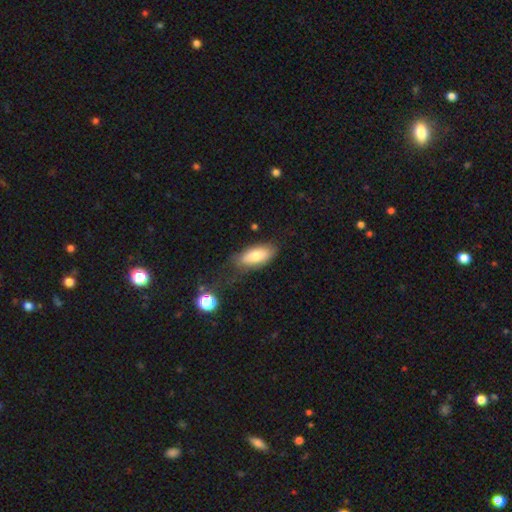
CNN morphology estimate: A smooth galaxy with no disk features (77%) that is in between round and cigar-shaped (85%).

Vote fractions:
- Smooth or featured? smooth: 77% / featured or disk: 16% / star or artifact: 7%
- How rounded? in between: 85% / cigar-shaped: 12% / round: 2%
- Merging? none: 61% / minor disturbance: 25% / major disturbance: 10% / merger: 4%